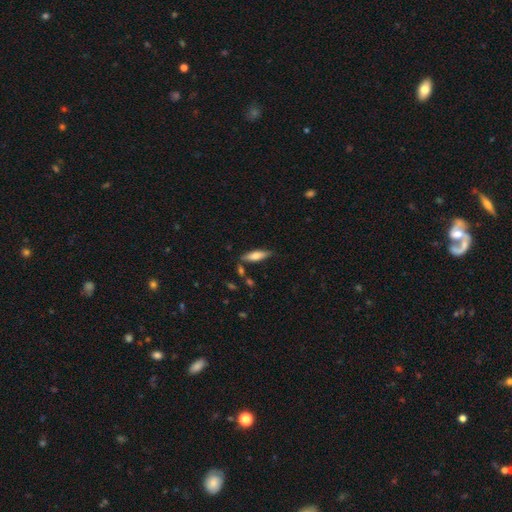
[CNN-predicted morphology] Overall: smooth (64%; featured or disk 29%). How rounded: cigar-shaped (57%; in between 41%). Merging: none (78%).